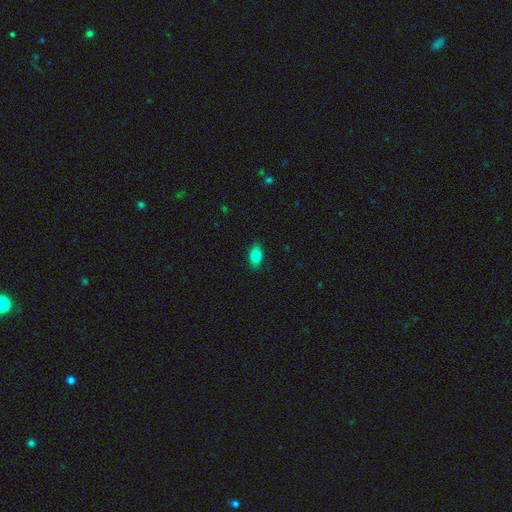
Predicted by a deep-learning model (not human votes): A smooth galaxy with no disk features (81%) that is in between round and cigar-shaped (89%). Merging: none (88%).